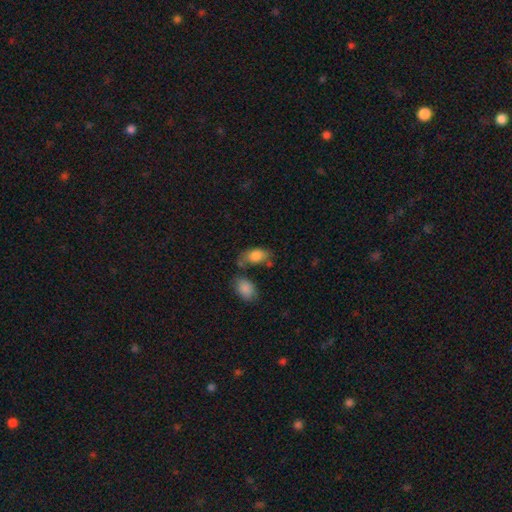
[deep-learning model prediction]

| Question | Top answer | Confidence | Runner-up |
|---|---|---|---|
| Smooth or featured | smooth | 82% | featured or disk (11%) |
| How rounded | in between | 91% | round (7%) |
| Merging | none | 46% | minor disturbance (22%) |